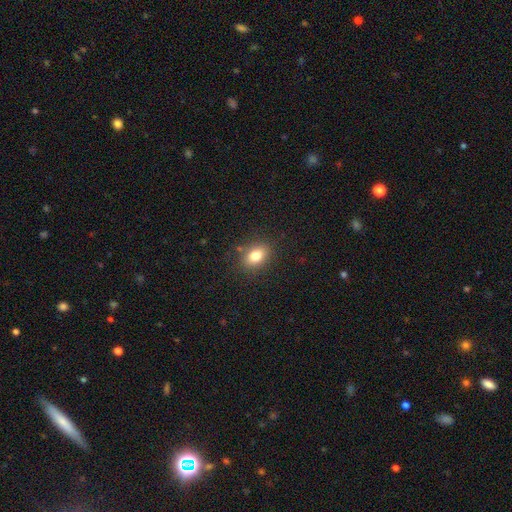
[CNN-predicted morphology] Smooth or featured? smooth (80%)
How rounded? in between (73%)
Merging? none (85%)